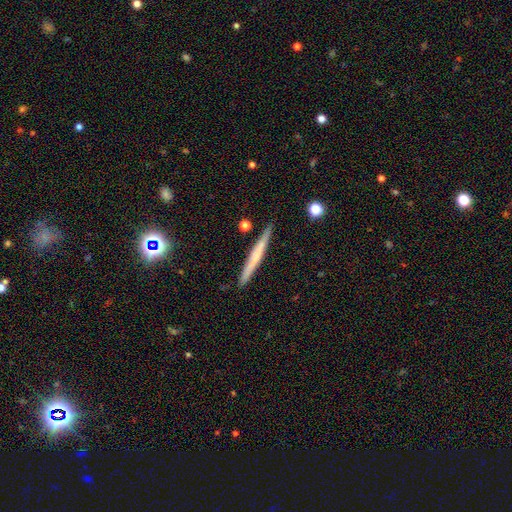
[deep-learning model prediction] smooth_or_featured: featured or disk (p=0.49) [alt: smooth p=0.43]
merging: none (p=0.90) [alt: minor disturbance p=0.07]